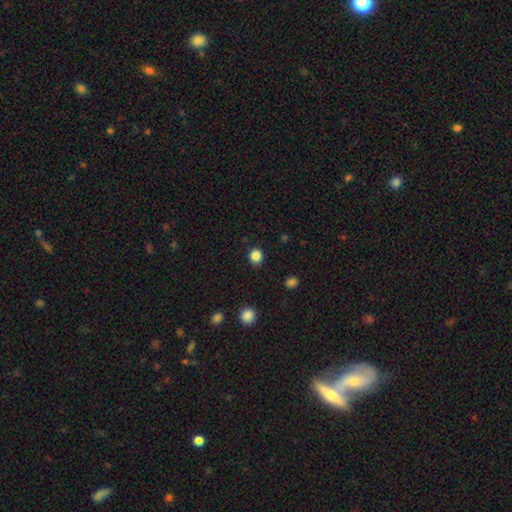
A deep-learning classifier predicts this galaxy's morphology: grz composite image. It shows a smooth galaxy with no disk features (86%) that is round (83%). Merging: none (89%).